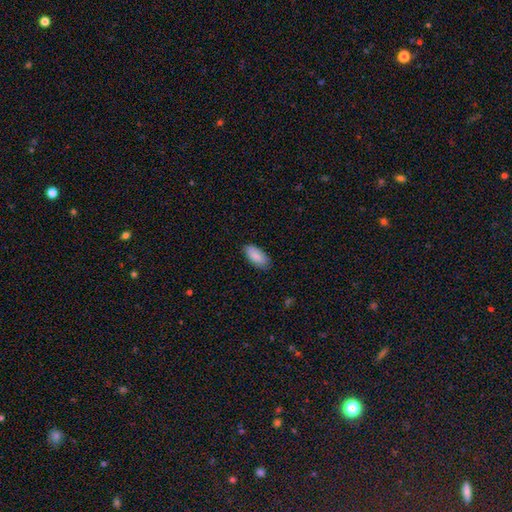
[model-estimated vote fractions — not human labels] Smooth or featured?
  - smooth: 87% *
  - featured or disk: 7%
  - star or artifact: 6%
How rounded?
  - in between: 92% *
  - cigar-shaped: 6%
  - round: 2%
Merging?
  - none: 84% *
  - minor disturbance: 13%
  - major disturbance: 2%
  - merger: 1%